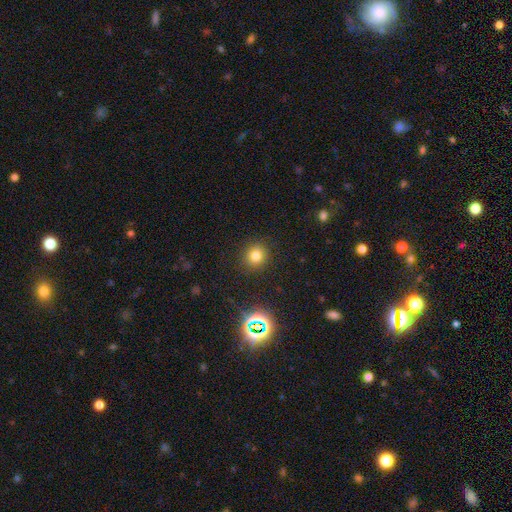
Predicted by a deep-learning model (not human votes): The model was most divided on "smooth or featured": smooth: 77%, star or artifact: 17%, featured or disk: 7%. More confident: merging — none (89%); how rounded — round (87%).